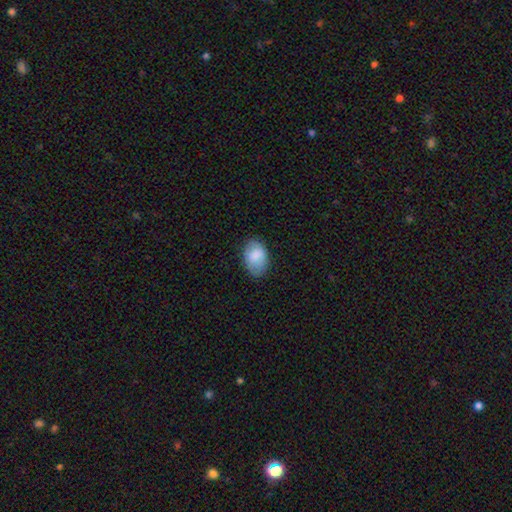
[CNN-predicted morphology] A smooth galaxy with no disk features (84%) that is in between round and cigar-shaped (88%). Merging: none (77%).